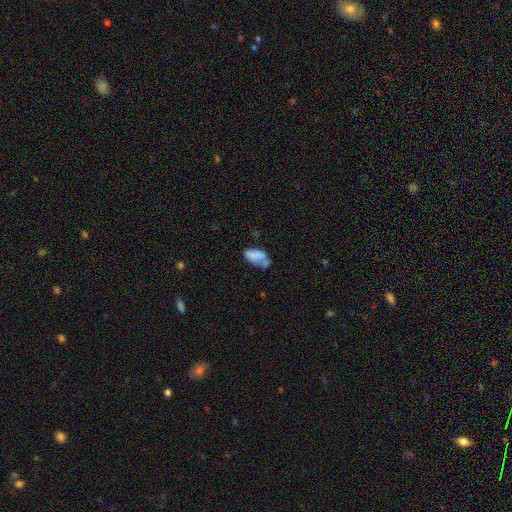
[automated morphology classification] Smooth or featured: smooth — 68% (featured or disk — 23%)
How rounded: in between — 90% (cigar-shaped — 6%)
Merging: merger — 31% (none — 30%)